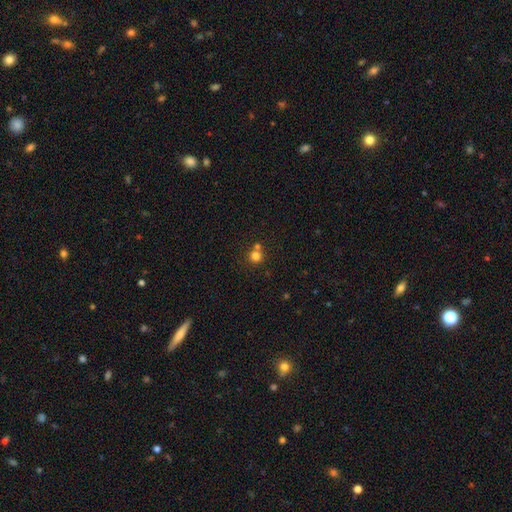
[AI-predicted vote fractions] Smooth or featured? smooth (79%)
How rounded? round (89%)
Merging? none (60%)